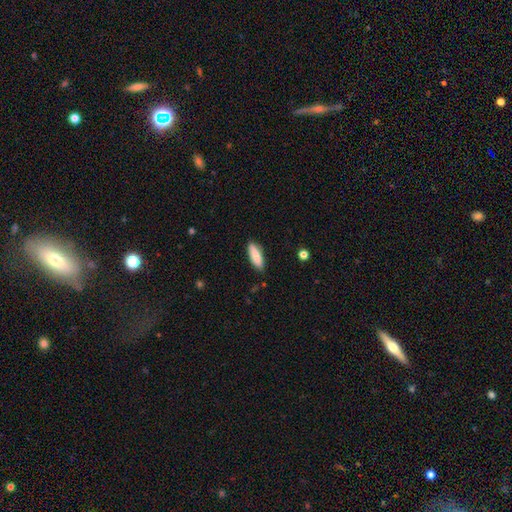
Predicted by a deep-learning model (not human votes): smooth-or-featured: smooth: 84% | featured or disk: 10% | star or artifact: 6%
  how-rounded: in between: 52% | cigar-shaped: 46% | round: 2%
  merging: none: 86% | minor disturbance: 10% | major disturbance: 2% | merger: 1%